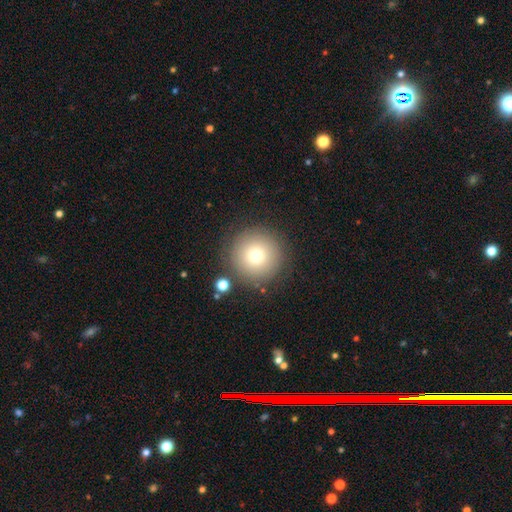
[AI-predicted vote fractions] Smooth or featured: smooth — 75% (star or artifact — 13%)
How rounded: round — 97% (in between — 2%)
Merging: none — 85% (minor disturbance — 8%)